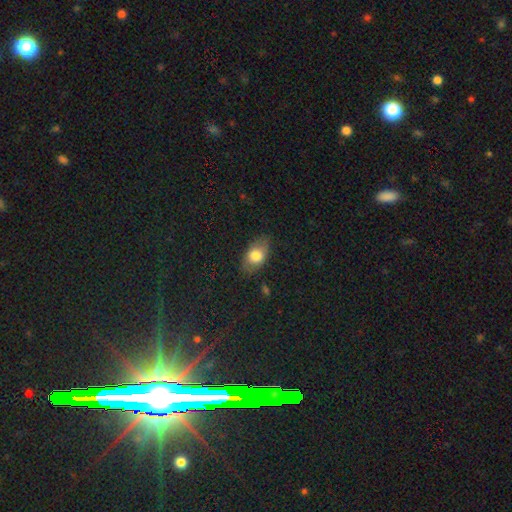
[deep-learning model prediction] Smooth or featured? smooth (74%)
How rounded? in between (85%)
Merging? none (76%)